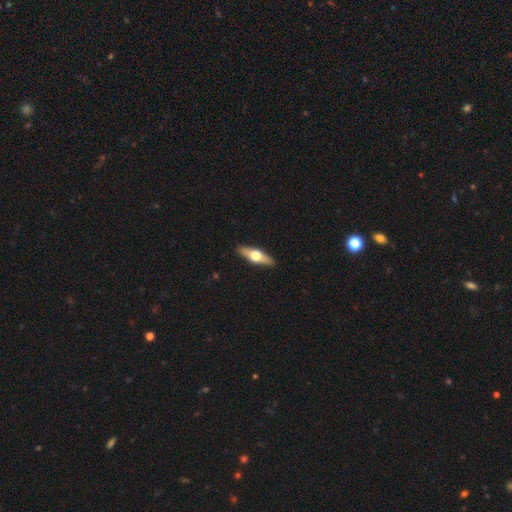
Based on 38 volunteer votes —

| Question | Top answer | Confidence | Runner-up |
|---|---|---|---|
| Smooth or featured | featured or disk | 63% | smooth (29%) |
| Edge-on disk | yes | 96% | no (4%) |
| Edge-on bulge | rounded | 100% | — |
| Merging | none | 89% | minor disturbance (9%) |